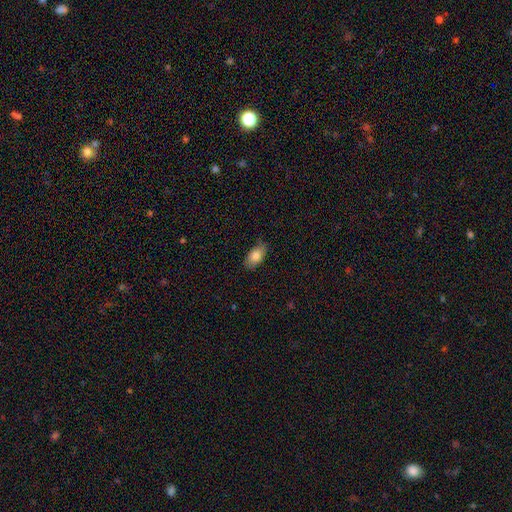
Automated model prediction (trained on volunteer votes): smooth-or-featured: smooth: 80% | featured or disk: 13% | star or artifact: 7%
  how-rounded: in between: 92% | round: 6% | cigar-shaped: 2%
  merging: none: 76% | minor disturbance: 20% | major disturbance: 3% | merger: 1%